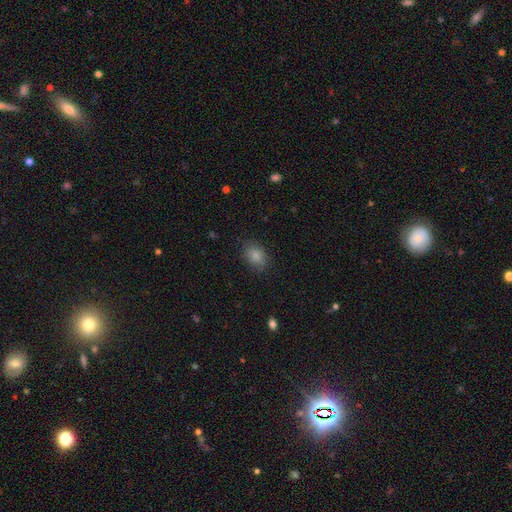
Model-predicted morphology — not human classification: smooth_or_featured: smooth (p=0.84) [alt: star or artifact p=0.09]
how_rounded: in between (p=0.76) [alt: round p=0.22]
merging: none (p=0.82) [alt: minor disturbance p=0.13]